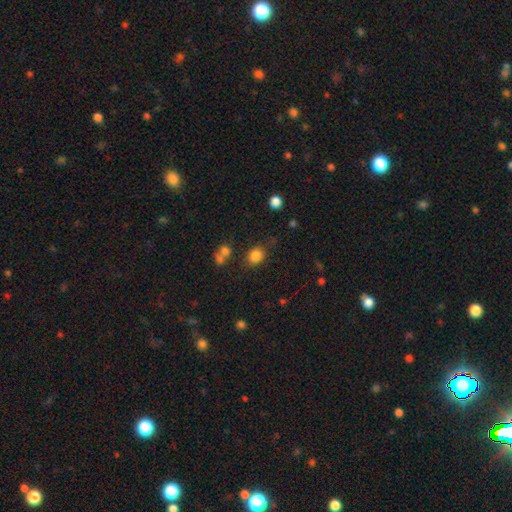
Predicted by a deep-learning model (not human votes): Smooth or featured? smooth (82%)
How rounded? round (54%)
Merging? none (72%)